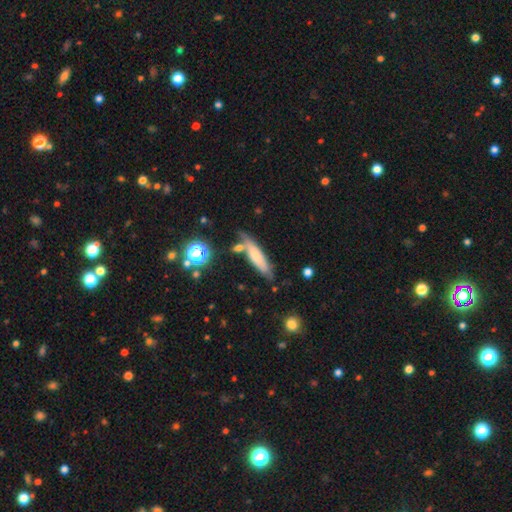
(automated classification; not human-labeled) A smooth galaxy with no disk features (69%) that is cigar-shaped (74%).

Vote fractions:
- Smooth or featured? smooth: 69% / featured or disk: 22% / star or artifact: 8%
- How rounded? cigar-shaped: 74% / in between: 24% / round: 2%
- Merging? none: 66% / minor disturbance: 18% / merger: 11% / major disturbance: 5%